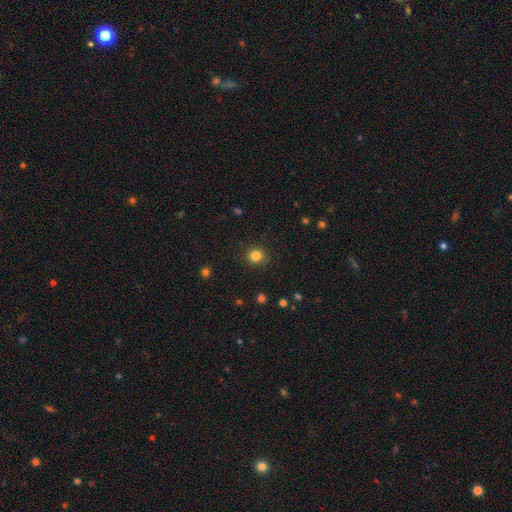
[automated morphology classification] Q: Smooth or featured?
A: smooth (83%); runner-up: star or artifact (13%)
Q: How rounded?
A: round (88%); runner-up: in between (12%)
Q: Merging?
A: none (90%); runner-up: minor disturbance (7%)